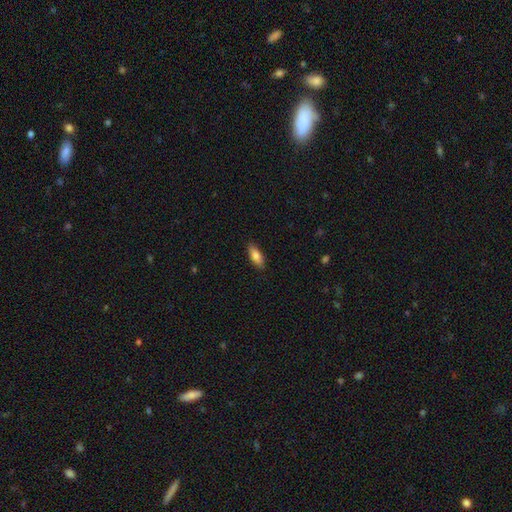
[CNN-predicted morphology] The model was most divided on "how rounded": in between: 76%, cigar-shaped: 22%, round: 2%. More confident: merging — none (86%); smooth or featured — smooth (81%).